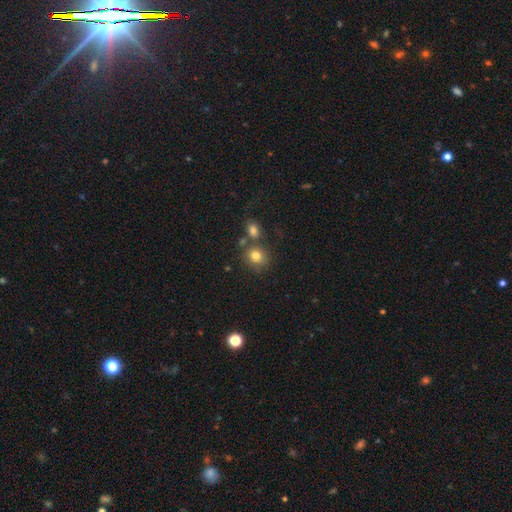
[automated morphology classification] A smooth galaxy with no disk features (78%) that is round (74%).

Vote fractions:
- Smooth or featured? smooth: 78% / star or artifact: 12% / featured or disk: 9%
- How rounded? round: 74% / in between: 25% / cigar-shaped: 1%
- Merging? none: 62% / merger: 21% / minor disturbance: 12% / major disturbance: 5%